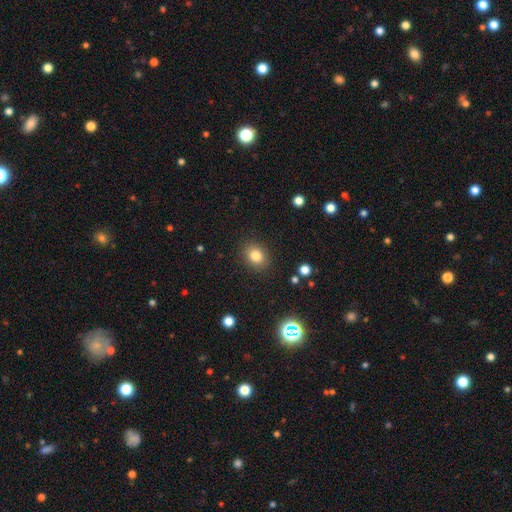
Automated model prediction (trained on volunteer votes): The model was most divided on "how rounded": round: 55%, in between: 44%, cigar-shaped: 1%. More confident: merging — none (88%); smooth or featured — smooth (81%).